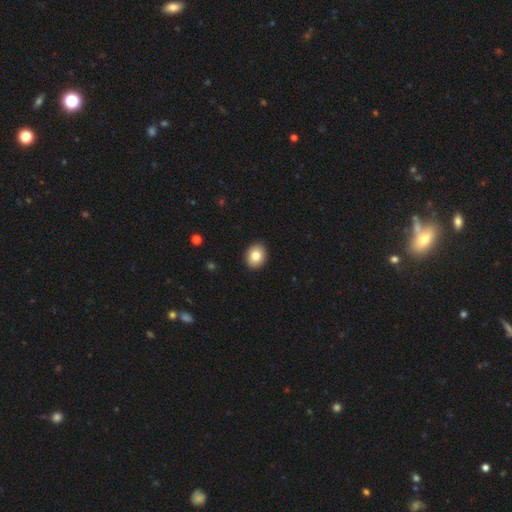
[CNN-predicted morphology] This appears to be a smooth galaxy with no disk features (82%) that is round (55%). Merging: none (92%).